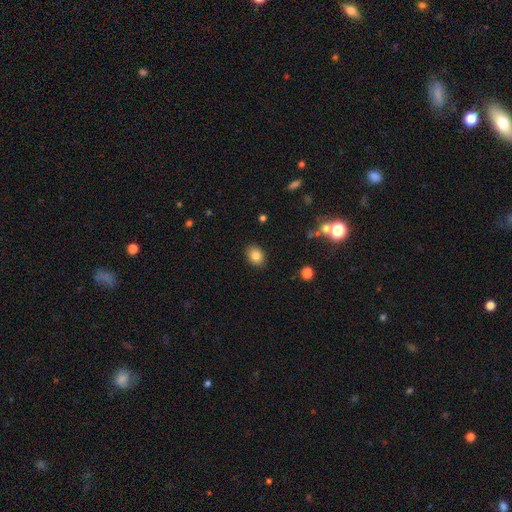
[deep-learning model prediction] This is clearly a smooth galaxy (83%). How rounded: likely in between (66%). Merging: clearly none (87%).